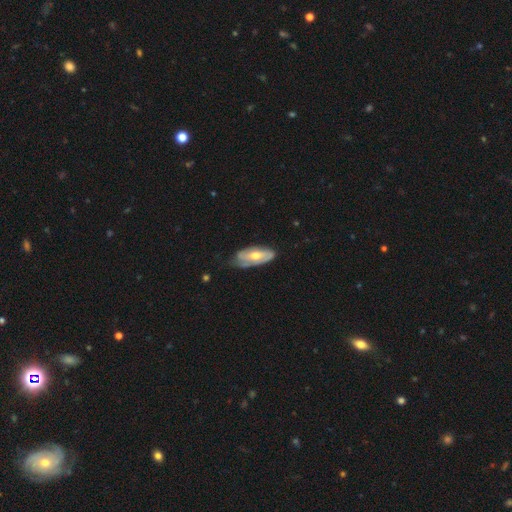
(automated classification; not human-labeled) Smooth or featured? featured or disk (58%)
Edge-on disk? no (85%)
Merging? none (58%)